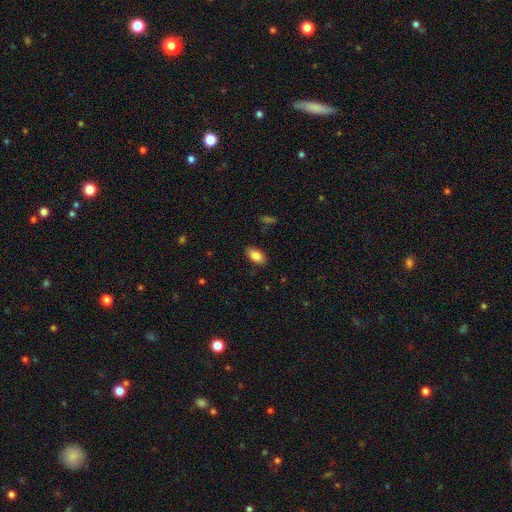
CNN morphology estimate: type=smooth (87%); roundness=in between (93%); merging=none (87%).